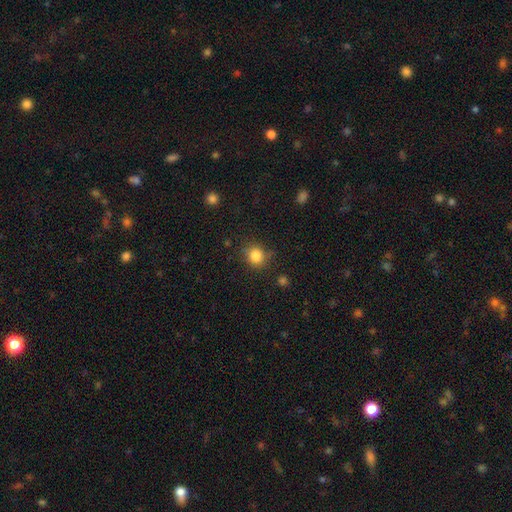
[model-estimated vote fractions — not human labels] A smooth galaxy with no disk features (84%) that is round (83%). Merging: none (78%).